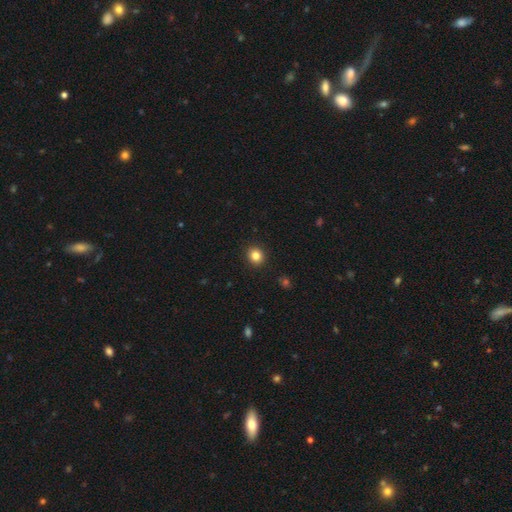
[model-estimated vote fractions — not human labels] The model was most divided on "how rounded": round: 81%, in between: 18%, cigar-shaped: 1%. More confident: merging — none (92%); smooth or featured — smooth (84%).